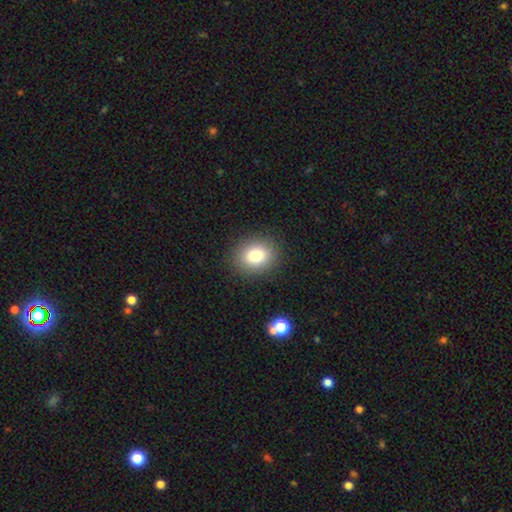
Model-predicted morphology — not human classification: smooth_or_featured: smooth (p=0.80) [alt: star or artifact p=0.11]
how_rounded: round (p=0.63) [alt: in between p=0.36]
merging: none (p=0.89) [alt: minor disturbance p=0.07]